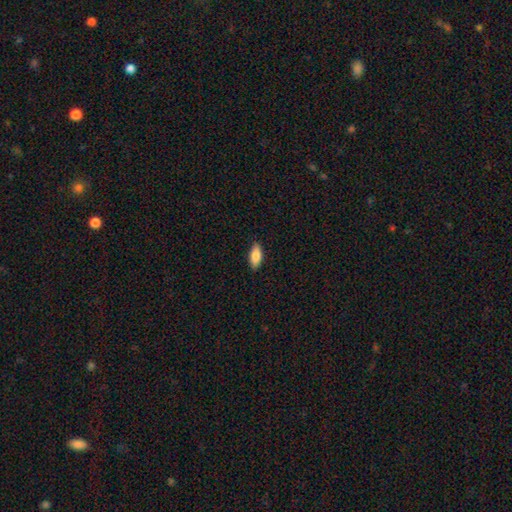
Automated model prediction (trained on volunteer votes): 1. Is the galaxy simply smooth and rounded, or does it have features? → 82% smooth, 12% featured or disk, 6% star or artifact.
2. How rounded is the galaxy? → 81% in between, 17% cigar-shaped, 2% round.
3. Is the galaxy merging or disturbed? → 88% none, 9% minor disturbance, 2% major disturbance, 1% merger.